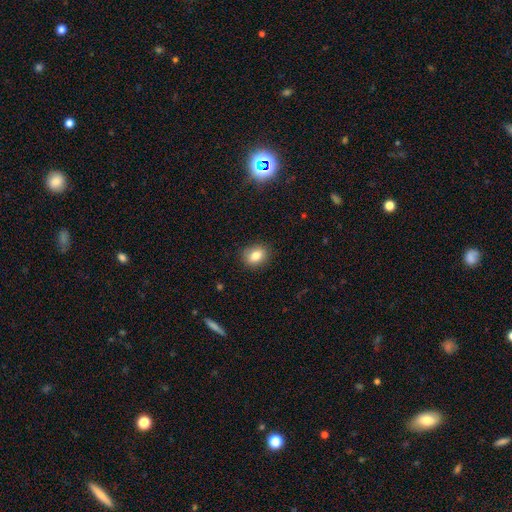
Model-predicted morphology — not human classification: smooth_or_featured: smooth (p=0.82) [alt: star or artifact p=0.09]
how_rounded: in between (p=0.60) [alt: round p=0.39]
merging: none (p=0.87) [alt: minor disturbance p=0.10]